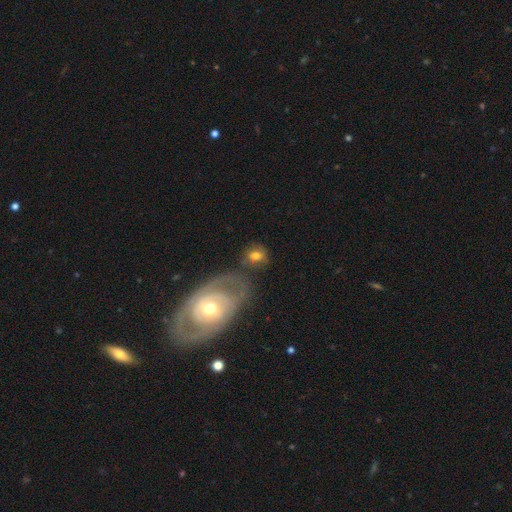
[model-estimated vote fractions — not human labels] This is likely a smooth galaxy (62%). How rounded: possibly in between (56%). Merging: possibly none (53%).